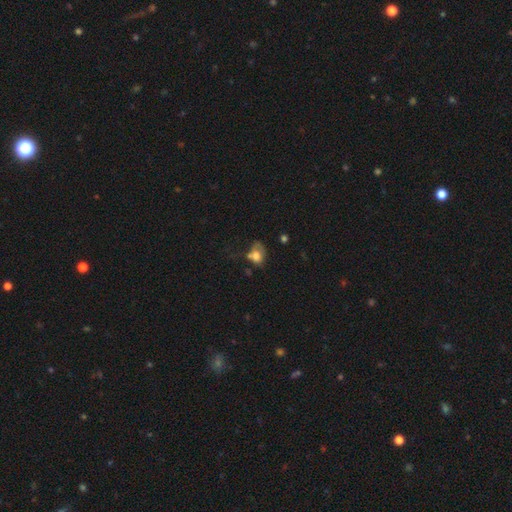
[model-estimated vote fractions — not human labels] This appears to be a smooth galaxy with no disk features (69%) that is in between round and cigar-shaped (64%). Merging: major disturbance (31%).